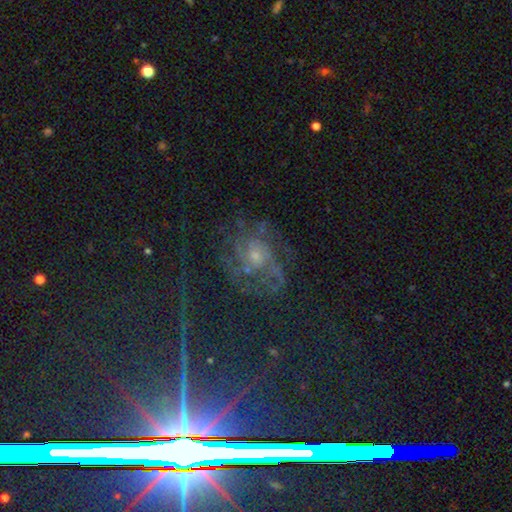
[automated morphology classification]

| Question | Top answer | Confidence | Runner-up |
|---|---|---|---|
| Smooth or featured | featured or disk | 62% | star or artifact (26%) |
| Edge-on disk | no | 96% | yes (4%) |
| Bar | no | 73% | weak (22%) |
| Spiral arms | yes | 88% | no (12%) |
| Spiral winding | tight | 44% | medium (42%) |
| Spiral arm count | can't tell | 33% | 3 (21%) |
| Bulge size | small | 59% | moderate (32%) |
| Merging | none | 67% | minor disturbance (16%) |